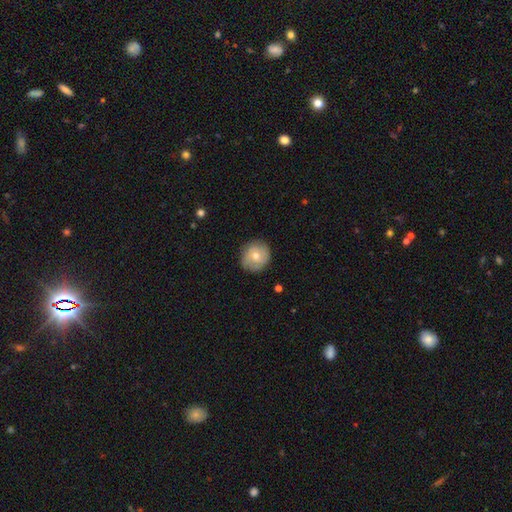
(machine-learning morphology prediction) Smooth or featured? Predicted: smooth (p=0.62). How rounded? Predicted: round (p=0.89). Merging? Predicted: none (p=0.83).